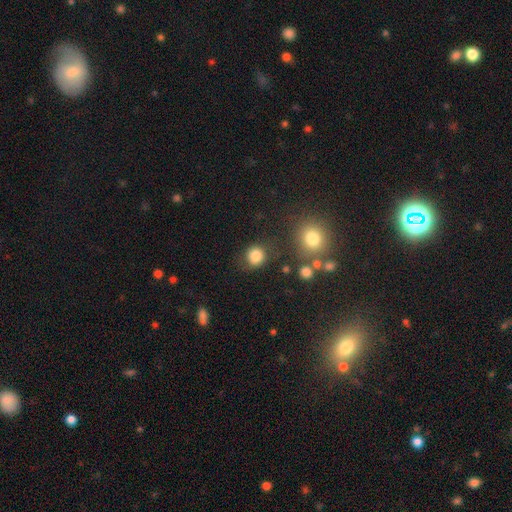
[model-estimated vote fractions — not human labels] Q: Smooth or featured?
A: smooth (83%); runner-up: star or artifact (11%)
Q: How rounded?
A: round (84%); runner-up: in between (15%)
Q: Merging?
A: none (74%); runner-up: minor disturbance (15%)